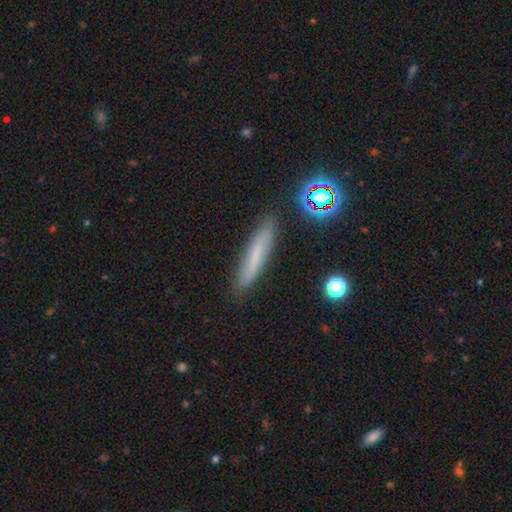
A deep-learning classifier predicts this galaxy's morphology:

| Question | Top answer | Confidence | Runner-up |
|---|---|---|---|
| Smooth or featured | smooth | 58% | featured or disk (27%) |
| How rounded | cigar-shaped | 90% | in between (7%) |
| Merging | none | 85% | minor disturbance (11%) |